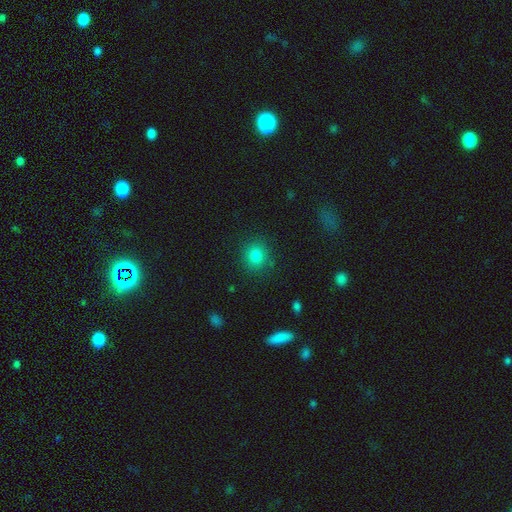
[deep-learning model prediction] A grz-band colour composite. It shows a smooth galaxy with no disk features (81%) that is round (84%). Merging: none (87%).